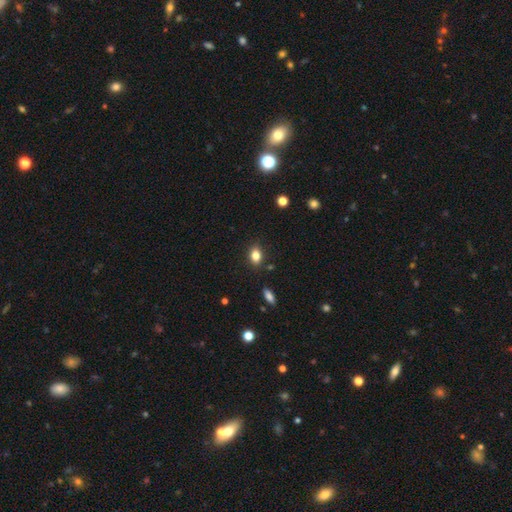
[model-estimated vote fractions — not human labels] Smooth or featured? smooth (83%)
How rounded? in between (76%)
Merging? none (85%)